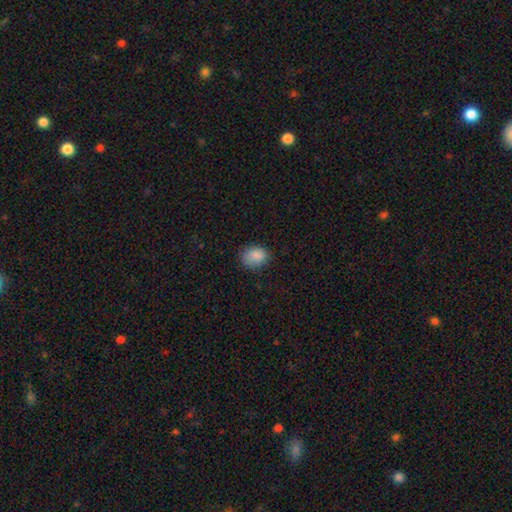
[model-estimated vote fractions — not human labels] smooth 86%, star or artifact 9%, featured or disk 5%. Down the decision tree: how rounded — in between (57%); merging — none (73%).